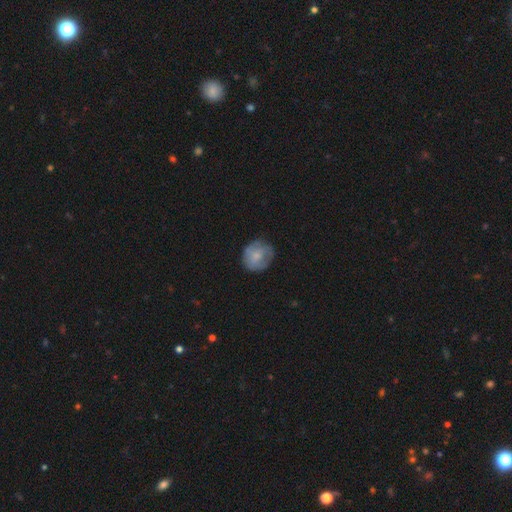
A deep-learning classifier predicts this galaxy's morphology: type=smooth (66%); roundness=round (82%); merging=none (70%).